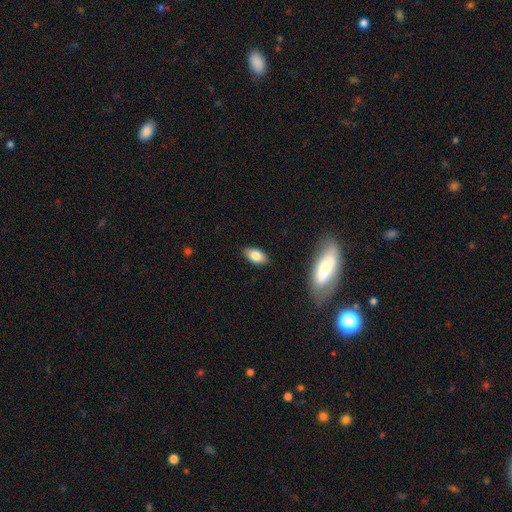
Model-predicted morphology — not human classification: smooth 81%, featured or disk 12%, star or artifact 7%. Down the decision tree: how rounded — in between (90%); merging — none (85%).